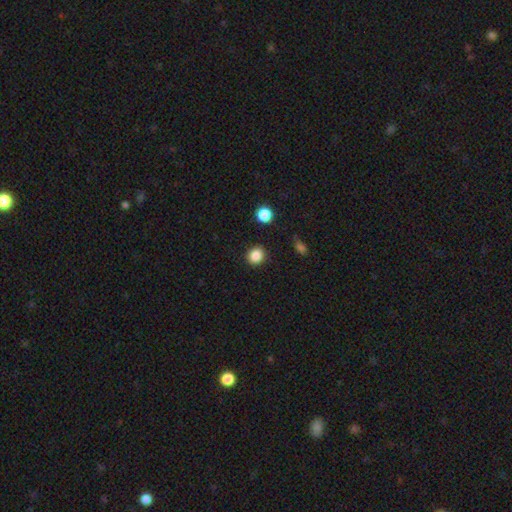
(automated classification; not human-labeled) Smooth or featured?
  - smooth: 86% *
  - star or artifact: 11%
  - featured or disk: 3%
How rounded?
  - round: 83% *
  - in between: 16%
  - cigar-shaped: 1%
Merging?
  - none: 89% *
  - minor disturbance: 7%
  - major disturbance: 2%
  - merger: 2%